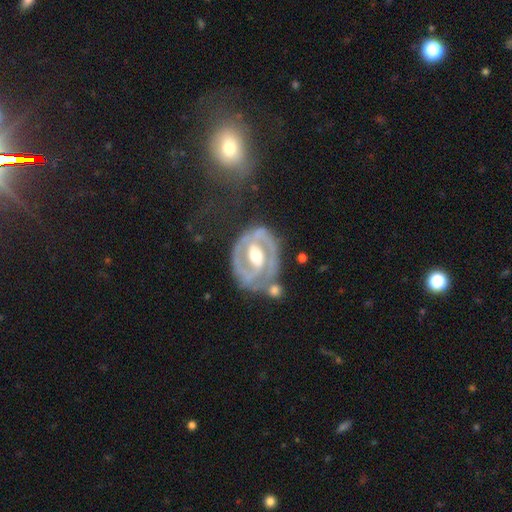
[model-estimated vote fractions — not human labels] Smooth or featured?
  - featured or disk: 86% *
  - smooth: 10%
  - star or artifact: 4%
Edge-on disk?
  - no: 97% *
  - yes: 3%
Bar?
  - weak: 39% *
  - strong: 37%
  - no: 24%
Spiral arms?
  - yes: 80% *
  - no: 20%
Spiral winding?
  - tight: 58% *
  - medium: 32%
  - loose: 9%
Spiral arm count?
  - 2: 67% *
  - can't tell: 14%
  - 1: 11%
  - 3: 5%
  - 4: 2%
  - more than 4: 2%
Bulge size?
  - moderate: 72% *
  - small: 14%
  - large: 12%
  - none: 1%
  - dominant: 1%
Merging?
  - none: 54% *
  - minor disturbance: 23%
  - major disturbance: 13%
  - merger: 10%